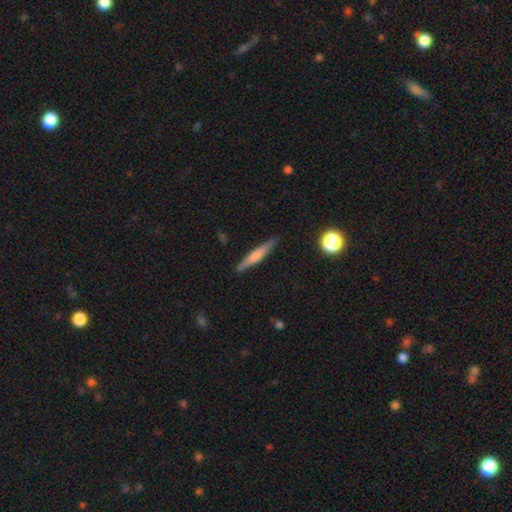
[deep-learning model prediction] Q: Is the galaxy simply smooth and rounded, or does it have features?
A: smooth — 55%.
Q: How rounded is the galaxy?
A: cigar-shaped — 92%.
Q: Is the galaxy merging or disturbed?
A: none — 88%.